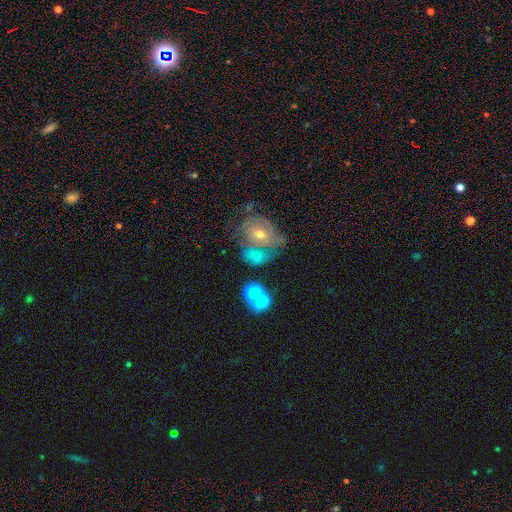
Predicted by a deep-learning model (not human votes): Smooth or featured? Predicted: smooth (p=0.42). Merging? Predicted: none (p=0.37).